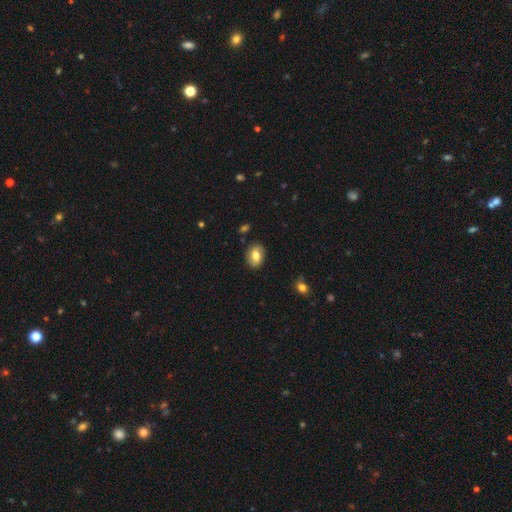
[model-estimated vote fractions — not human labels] This appears to be a smooth galaxy with no disk features (66%) that is in between round and cigar-shaped (73%). Merging: none (83%).